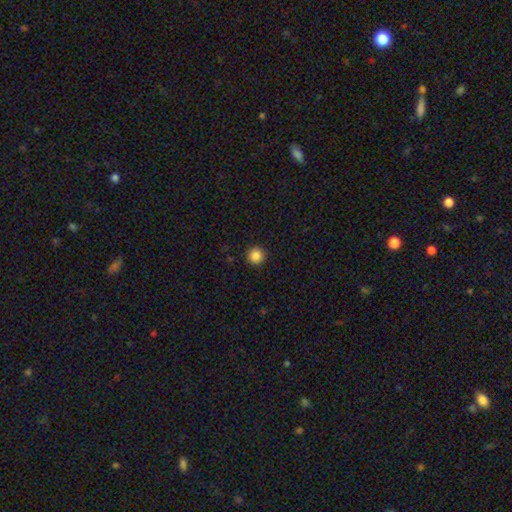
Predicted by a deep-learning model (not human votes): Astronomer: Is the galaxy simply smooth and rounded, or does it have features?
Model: smooth — 86%.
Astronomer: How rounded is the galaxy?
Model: round — 96%.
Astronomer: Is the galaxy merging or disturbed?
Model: none — 93%.